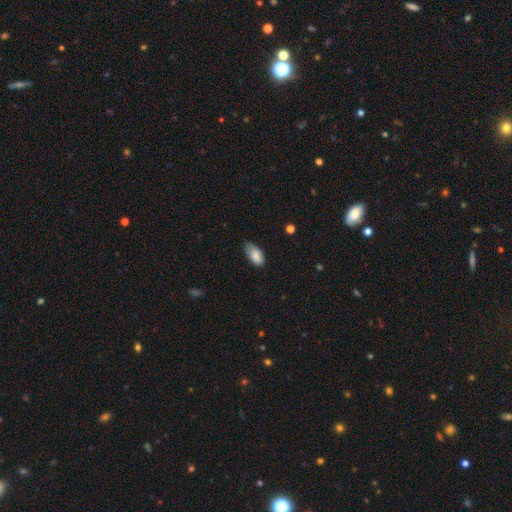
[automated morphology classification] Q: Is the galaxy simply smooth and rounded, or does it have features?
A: smooth — 87%.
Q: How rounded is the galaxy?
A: in between — 93%.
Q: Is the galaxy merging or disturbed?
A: none — 58%.